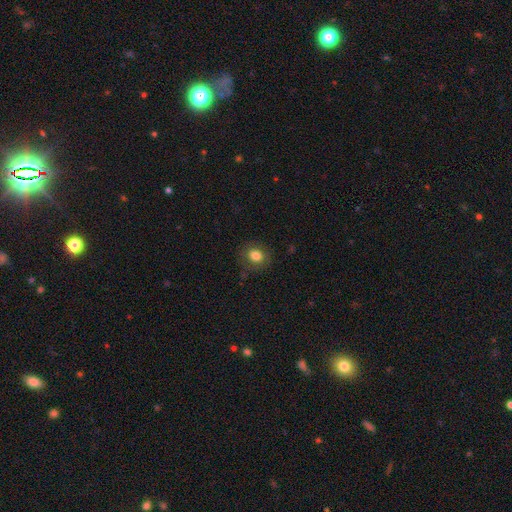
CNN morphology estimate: Smooth or featured: smooth — 81% (star or artifact — 10%)
How rounded: round — 74% (in between — 25%)
Merging: none — 80% (minor disturbance — 13%)